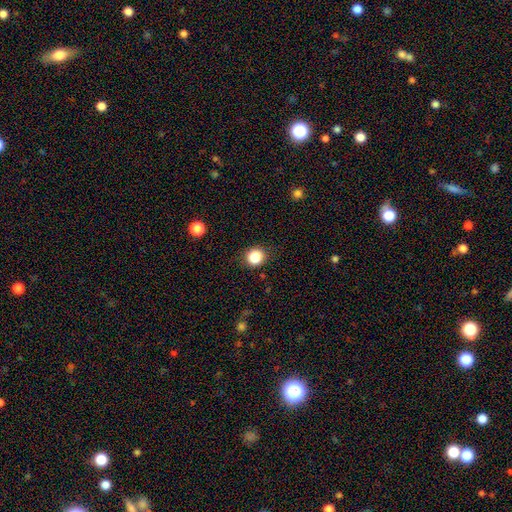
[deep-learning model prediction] smooth_or_featured: smooth (p=0.84) [alt: star or artifact p=0.12]
how_rounded: round (p=0.86) [alt: in between p=0.13]
merging: none (p=0.89) [alt: minor disturbance p=0.07]